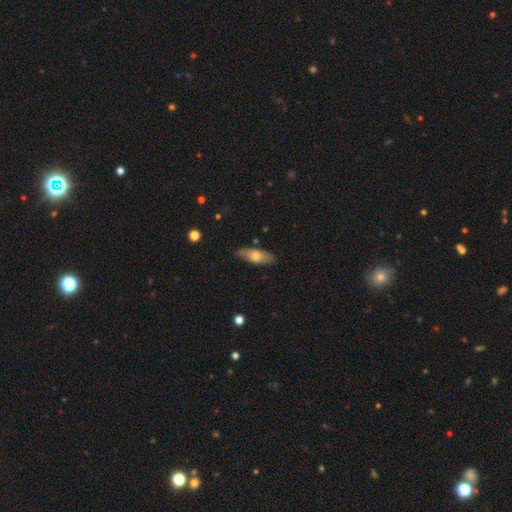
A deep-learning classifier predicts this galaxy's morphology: type=smooth (65%); roundness=in between (70%); merging=none (84%).